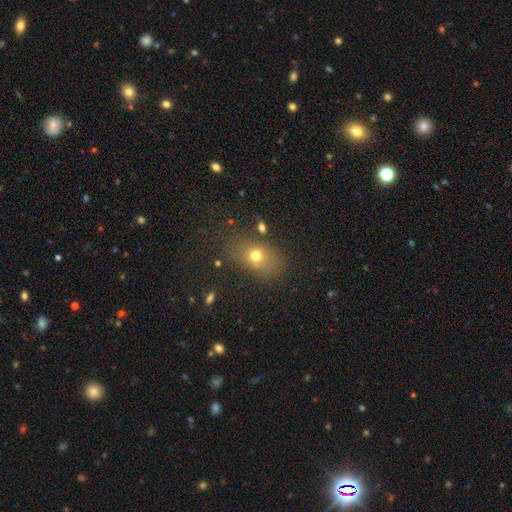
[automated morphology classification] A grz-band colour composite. It shows a smooth galaxy with no disk features (67%) that is in between round and cigar-shaped (62%). Merging: none (70%).